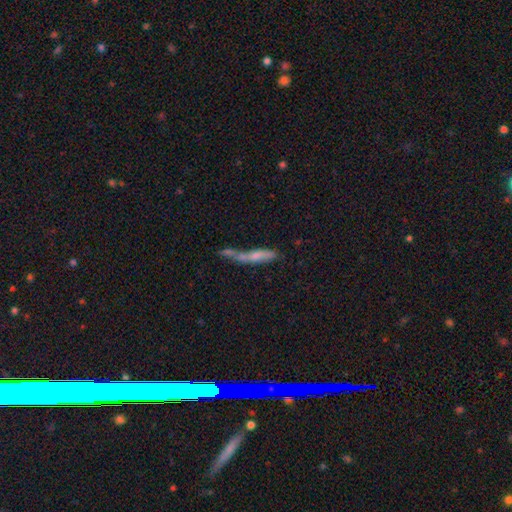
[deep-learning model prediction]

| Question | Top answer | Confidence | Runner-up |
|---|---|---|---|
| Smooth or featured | smooth | 54% | featured or disk (36%) |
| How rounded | cigar-shaped | 80% | in between (18%) |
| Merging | merger | 46% | none (27%) |